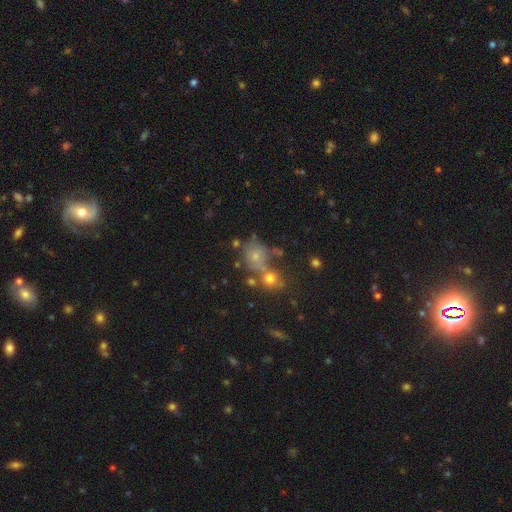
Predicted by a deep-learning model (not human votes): Smooth or featured? Predicted: smooth (p=0.59). How rounded? Predicted: round (p=0.73). Merging? Predicted: none (p=0.45).